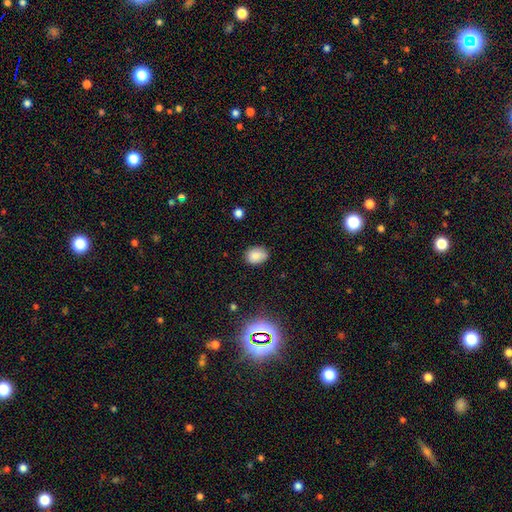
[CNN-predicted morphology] smooth_or_featured: smooth (p=0.82) [alt: star or artifact p=0.11]
how_rounded: in between (p=0.64) [alt: round p=0.35]
merging: none (p=0.80) [alt: minor disturbance p=0.16]